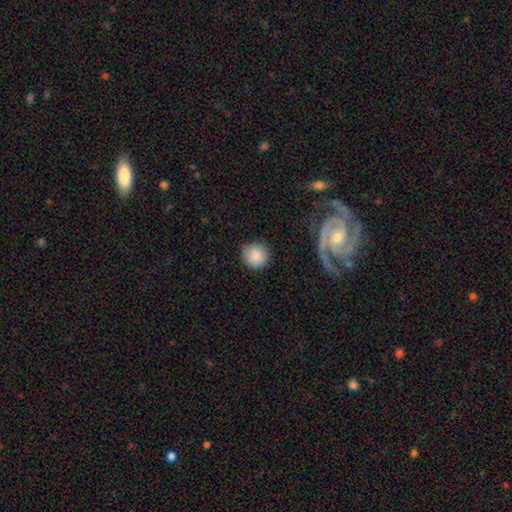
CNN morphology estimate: Smooth or featured? Predicted: smooth (p=0.86). How rounded? Predicted: round (p=0.94). Merging? Predicted: none (p=0.85).